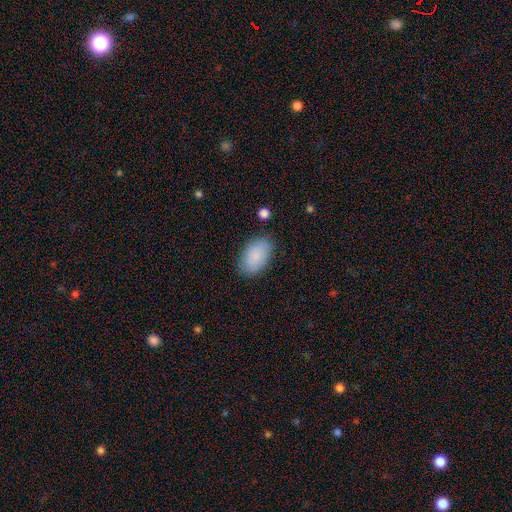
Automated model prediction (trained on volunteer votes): This is clearly a smooth galaxy (88%). How rounded: clearly in between (93%). Merging: clearly none (83%).